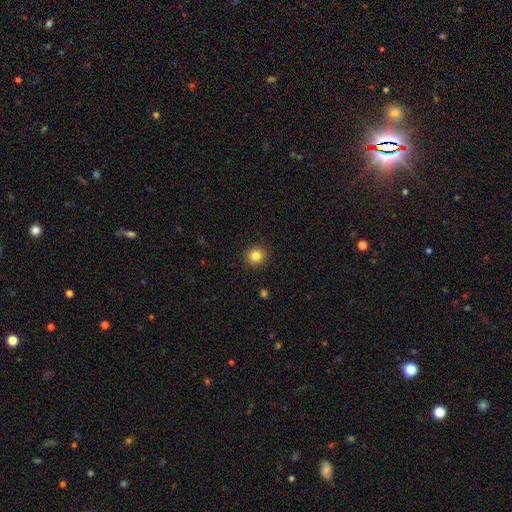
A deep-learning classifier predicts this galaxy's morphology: Smooth or featured: smooth — 84% (star or artifact — 11%)
How rounded: round — 91% (in between — 8%)
Merging: none — 92% (minor disturbance — 5%)